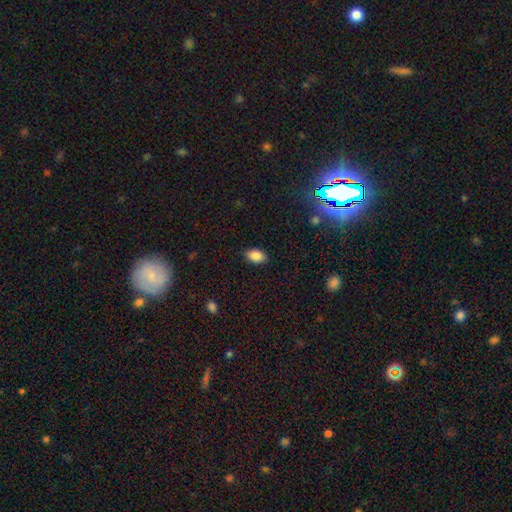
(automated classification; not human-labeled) This appears to be a smooth galaxy with no disk features (88%) that is in between round and cigar-shaped (91%). Merging: none (88%).